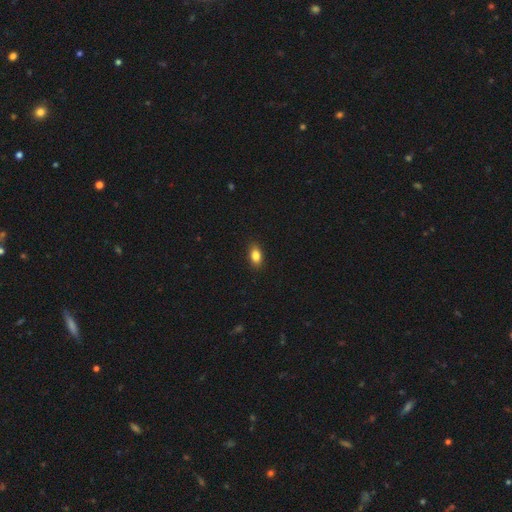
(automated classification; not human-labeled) Overall: smooth (84%). How rounded: in between (85%). Merging: none (89%).